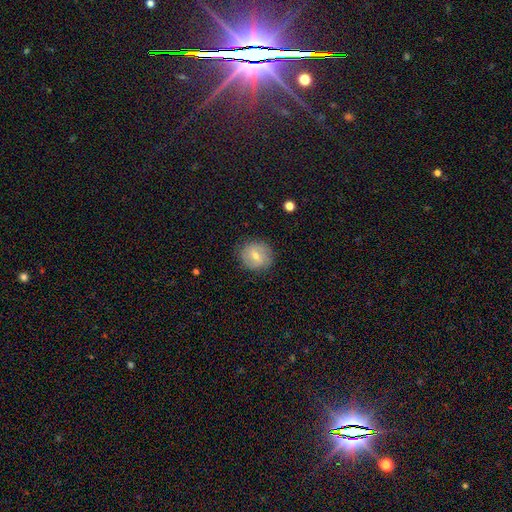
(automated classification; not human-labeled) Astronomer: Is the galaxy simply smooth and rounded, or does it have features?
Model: smooth — 49% (runner-up: featured or disk, 39%).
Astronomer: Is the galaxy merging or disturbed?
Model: none — 86%.